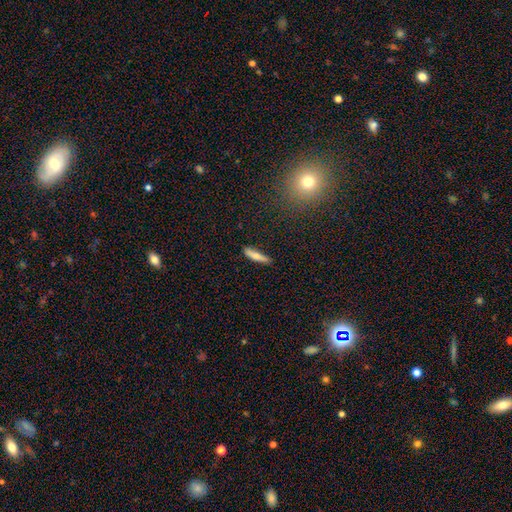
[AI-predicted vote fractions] This is likely a smooth galaxy (67%). How rounded: clearly cigar-shaped (83%). Merging: clearly none (83%).